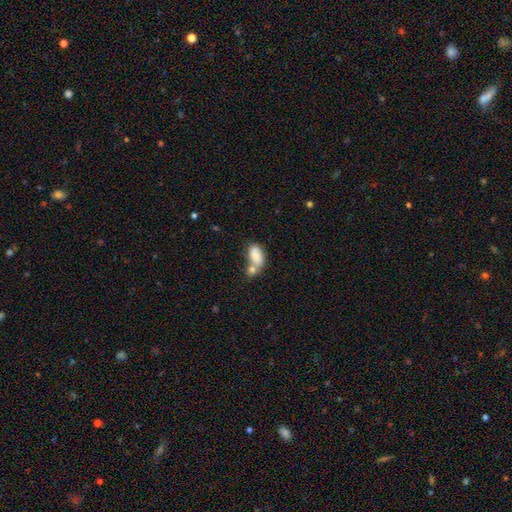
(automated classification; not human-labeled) smooth 81%, featured or disk 11%, star or artifact 8%. Down the decision tree: how rounded — in between (91%); merging — merger (54%).